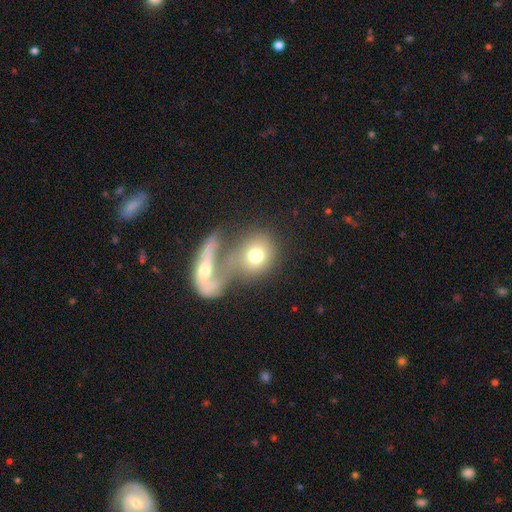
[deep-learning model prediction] Overall: smooth (68%). How rounded: round (63%; in between 34%). Merging: merger (57%; none 26%).